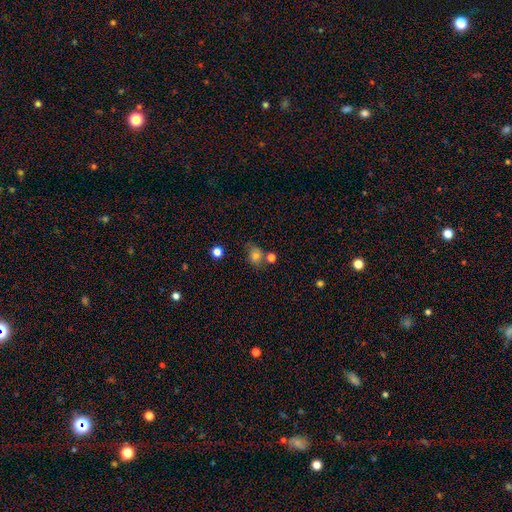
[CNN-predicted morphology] A smooth galaxy with no disk features (75%) that is round (62%).

Vote fractions:
- Smooth or featured? smooth: 75% / star or artifact: 14% / featured or disk: 11%
- How rounded? round: 62% / in between: 37% / cigar-shaped: 1%
- Merging? none: 55% / minor disturbance: 22% / merger: 15% / major disturbance: 8%